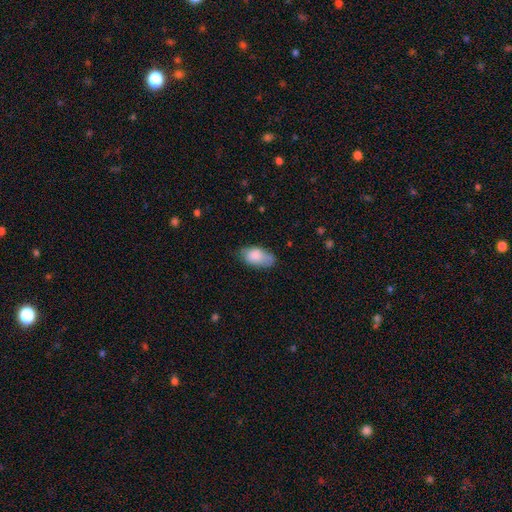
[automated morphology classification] This is clearly a smooth galaxy (83%). How rounded: clearly in between (93%). Merging: likely none (61%).